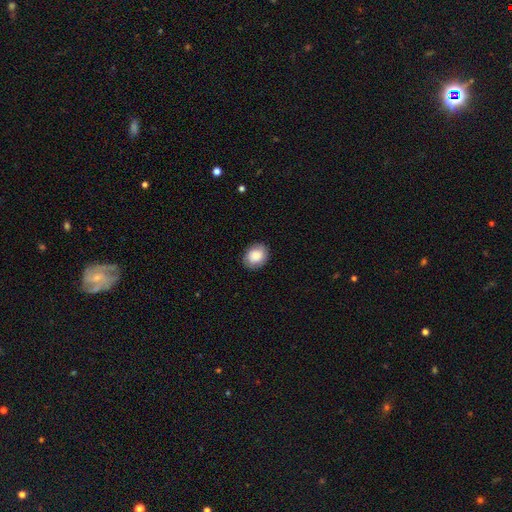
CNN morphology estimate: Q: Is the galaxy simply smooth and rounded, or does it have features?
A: smooth — 85%.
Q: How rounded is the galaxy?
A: in between — 50%.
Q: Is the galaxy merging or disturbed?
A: none — 86%.